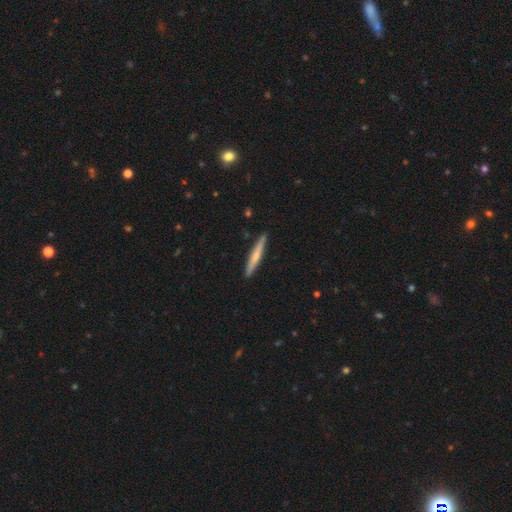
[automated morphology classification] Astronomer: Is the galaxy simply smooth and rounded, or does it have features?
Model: smooth — 58% (runner-up: featured or disk, 36%).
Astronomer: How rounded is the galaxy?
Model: cigar-shaped — 95%.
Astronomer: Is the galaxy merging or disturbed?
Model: none — 91%.